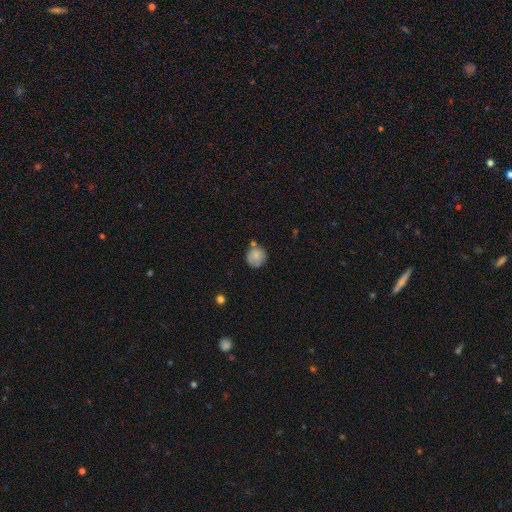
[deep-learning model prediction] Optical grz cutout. It shows a smooth galaxy with no disk features (75%) that is round (89%). Merging: none (65%).